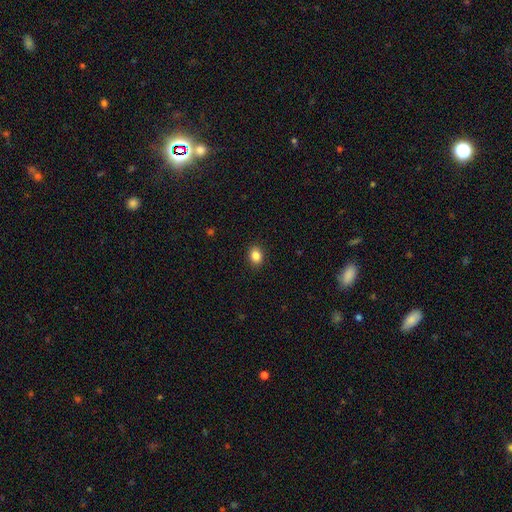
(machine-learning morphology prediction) Smooth or featured: smooth — 86% (star or artifact — 10%)
How rounded: in between — 53% (round — 46%)
Merging: none — 91% (minor disturbance — 7%)